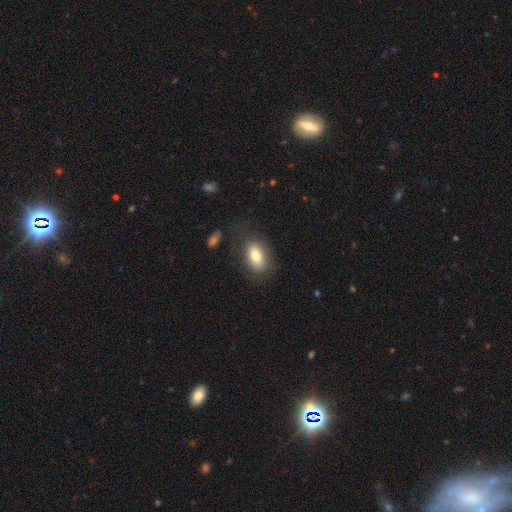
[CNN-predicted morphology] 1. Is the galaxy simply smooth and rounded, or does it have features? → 78% smooth, 14% featured or disk, 8% star or artifact.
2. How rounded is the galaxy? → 89% in between, 8% round, 3% cigar-shaped.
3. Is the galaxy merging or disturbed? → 71% none, 17% minor disturbance, 10% major disturbance, 3% merger.